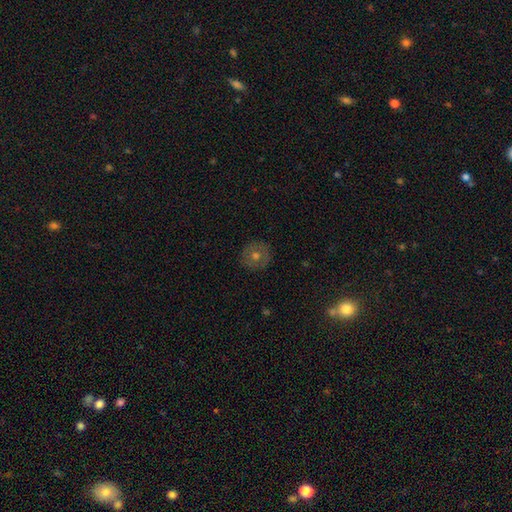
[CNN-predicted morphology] Q: Smooth or featured?
A: smooth (53%); runner-up: featured or disk (35%)
Q: How rounded?
A: round (92%); runner-up: in between (7%)
Q: Merging?
A: none (87%); runner-up: minor disturbance (9%)